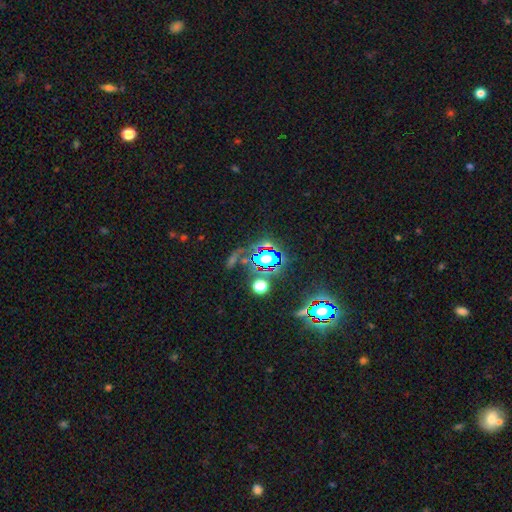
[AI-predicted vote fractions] star or artifact 68%, smooth 19%, featured or disk 13%.